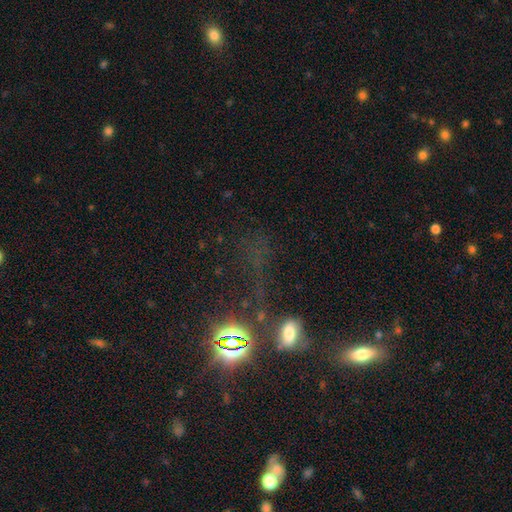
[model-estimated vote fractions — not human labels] This appears to be a star or artifact, not a galaxy (54%).